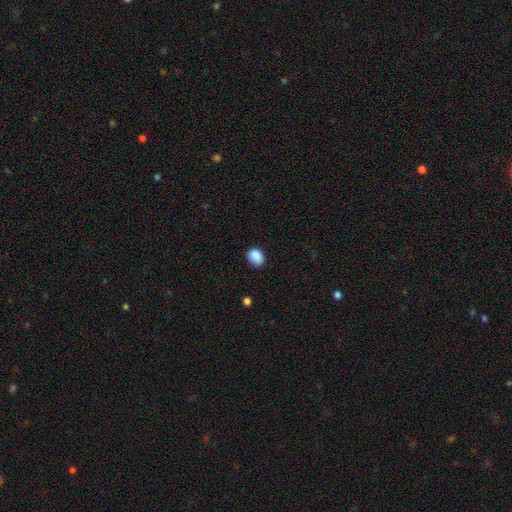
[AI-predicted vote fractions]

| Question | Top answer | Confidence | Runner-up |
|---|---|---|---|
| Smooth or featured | smooth | 88% | star or artifact (9%) |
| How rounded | in between | 60% | round (39%) |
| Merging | none | 76% | minor disturbance (20%) |